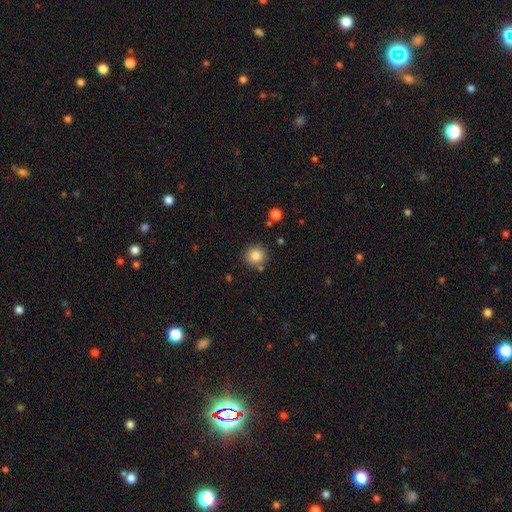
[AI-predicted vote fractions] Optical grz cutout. It shows a smooth galaxy with no disk features (84%) that is round (91%). Merging: none (84%).